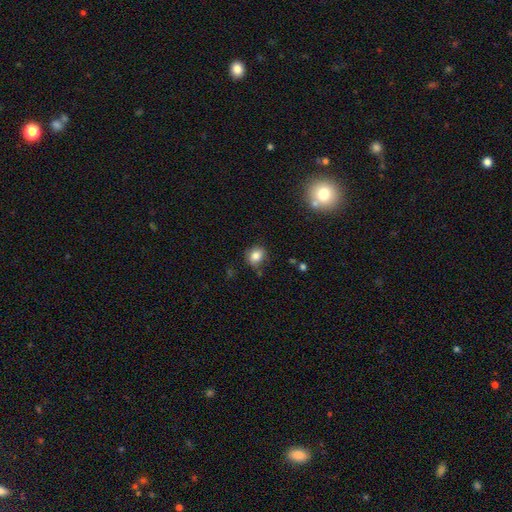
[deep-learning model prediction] A smooth galaxy with no disk features (82%) that is round (61%).

Vote fractions:
- Smooth or featured? smooth: 82% / star or artifact: 10% / featured or disk: 7%
- How rounded? round: 61% / in between: 38% / cigar-shaped: 1%
- Merging? none: 76% / minor disturbance: 17% / major disturbance: 4% / merger: 3%